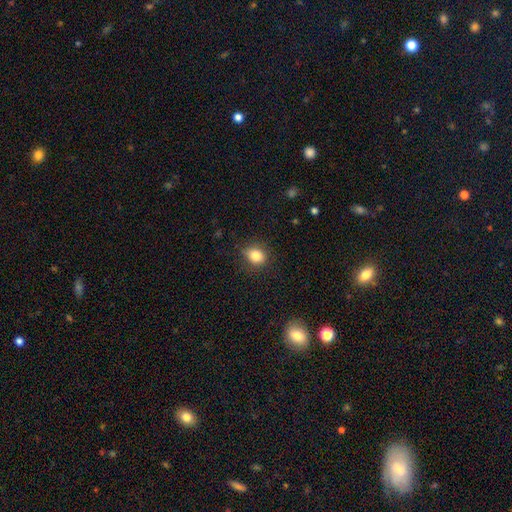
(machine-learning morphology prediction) This appears to be a smooth galaxy with no disk features (84%) that is round (57%). Merging: none (83%).